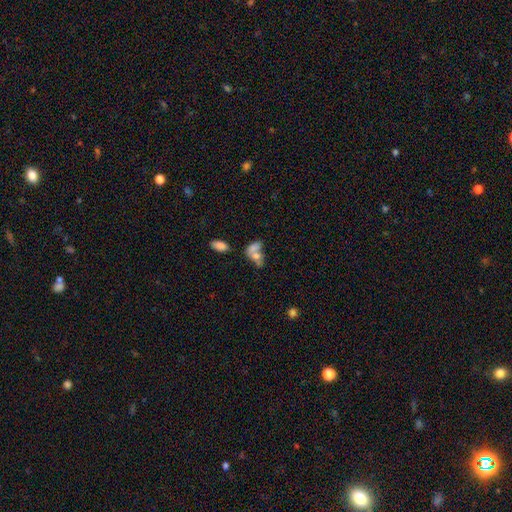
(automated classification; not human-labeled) smooth 67%, featured or disk 21%, star or artifact 11%. Down the decision tree: how rounded — in between (78%); merging — merger (56%).